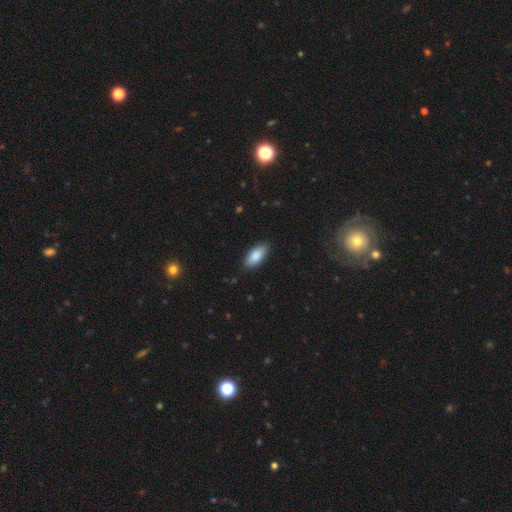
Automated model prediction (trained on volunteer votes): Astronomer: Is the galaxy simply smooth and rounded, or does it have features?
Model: smooth — 87%.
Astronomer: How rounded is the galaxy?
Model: in between — 88%.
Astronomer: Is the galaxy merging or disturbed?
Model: none — 87%.